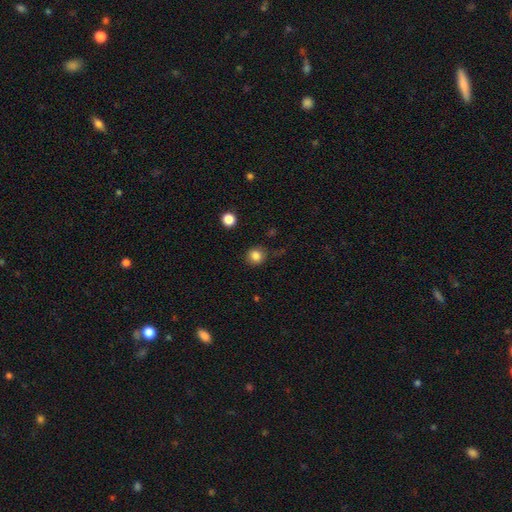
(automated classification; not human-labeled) This is clearly a smooth galaxy (84%). How rounded: clearly round (88%). Merging: clearly none (83%).